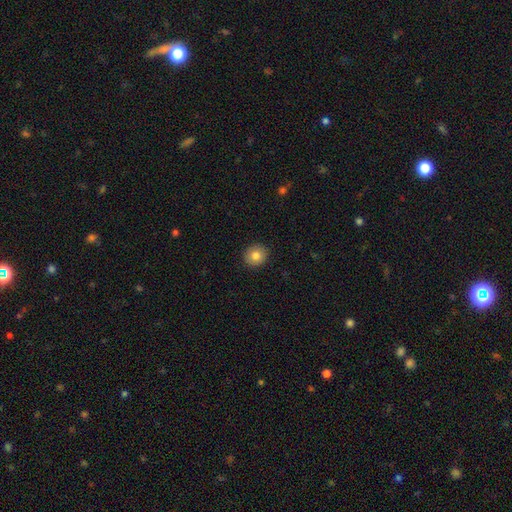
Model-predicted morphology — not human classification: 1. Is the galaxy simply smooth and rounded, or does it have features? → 82% smooth, 9% star or artifact, 9% featured or disk.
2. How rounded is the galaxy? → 89% round, 10% in between, 1% cigar-shaped.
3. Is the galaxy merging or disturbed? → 92% none, 5% minor disturbance, 2% major disturbance, 1% merger.